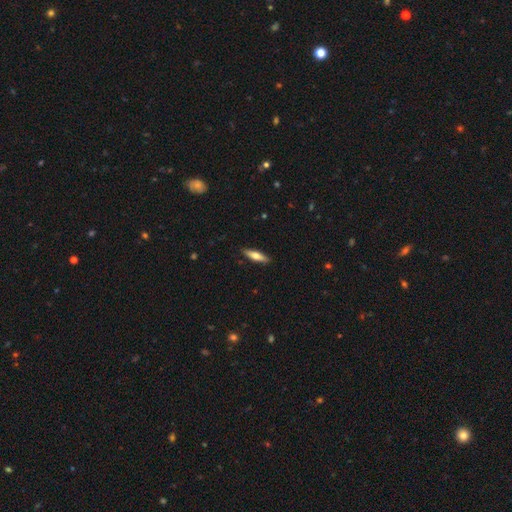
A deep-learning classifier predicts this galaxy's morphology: smooth_or_featured: smooth (p=0.60) [alt: featured or disk p=0.34]
how_rounded: cigar-shaped (p=0.69) [alt: in between p=0.29]
merging: none (p=0.89) [alt: minor disturbance p=0.08]